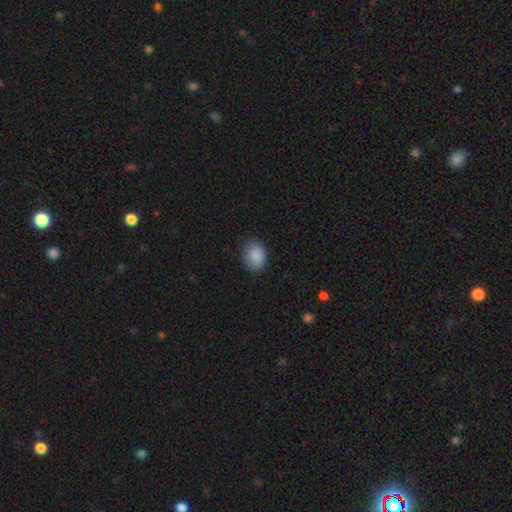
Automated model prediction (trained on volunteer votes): Overall: smooth (88%). How rounded: round (57%; in between 42%). Merging: none (79%).